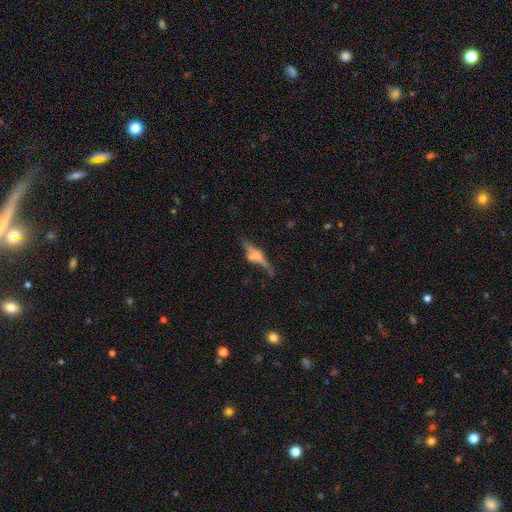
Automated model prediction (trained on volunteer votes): Smooth or featured? featured or disk (60%)
Edge-on disk? yes (89%)
Edge-on bulge? rounded (79%)
Merging? none (55%)